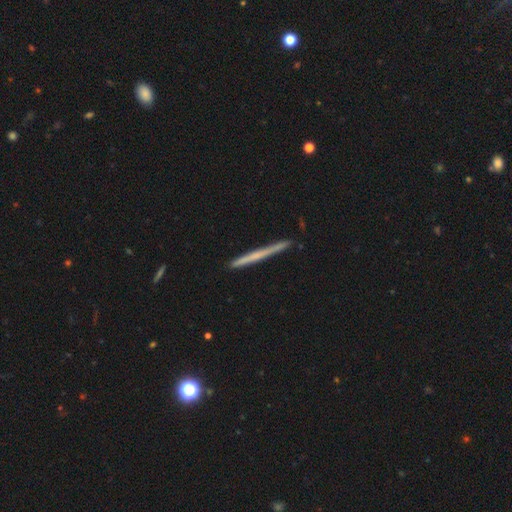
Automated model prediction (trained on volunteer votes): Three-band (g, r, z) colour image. It shows a featured or disk galaxy (51%) viewed edge-on (98%). Merging: none (90%).